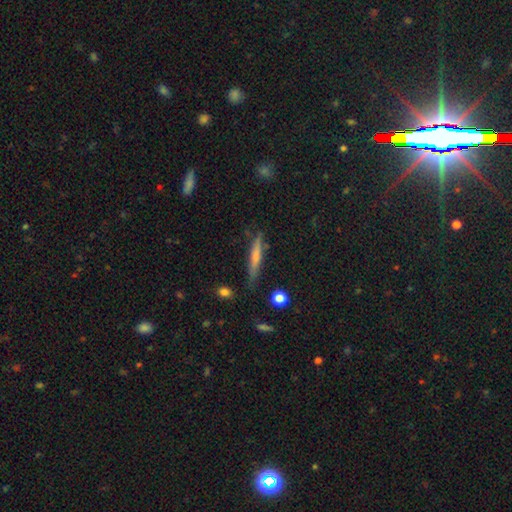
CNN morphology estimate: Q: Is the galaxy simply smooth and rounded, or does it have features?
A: smooth — 61%.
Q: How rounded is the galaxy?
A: cigar-shaped — 92%.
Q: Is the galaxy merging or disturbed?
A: none — 79%.